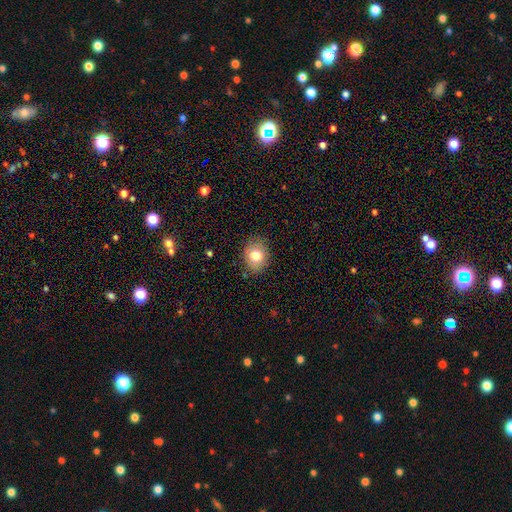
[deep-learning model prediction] smooth_or_featured: smooth (p=0.78) [alt: featured or disk p=0.13]
how_rounded: round (p=0.58) [alt: in between p=0.42]
merging: none (p=0.83) [alt: minor disturbance p=0.13]